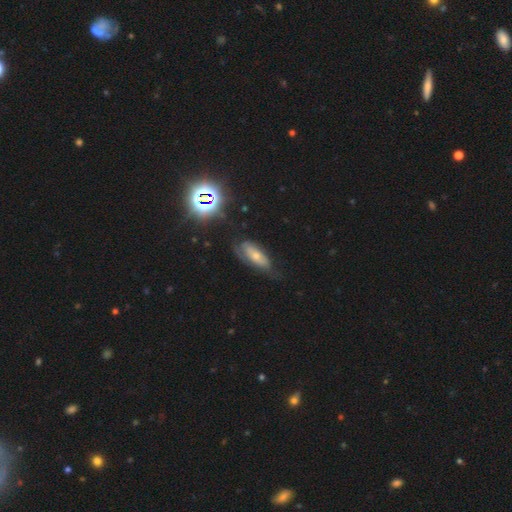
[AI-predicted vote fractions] Smooth or featured? Predicted: featured or disk (p=0.48). Merging? Predicted: none (p=0.49).